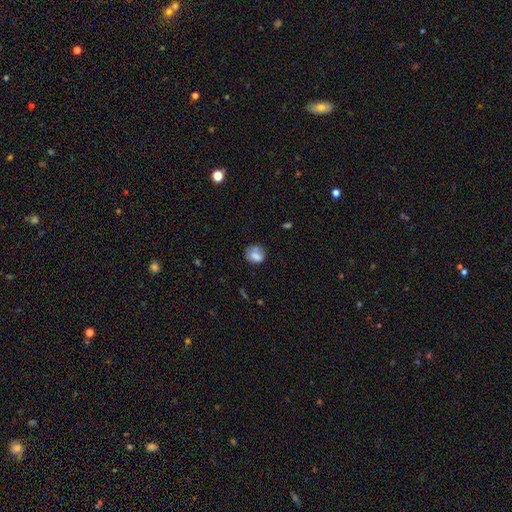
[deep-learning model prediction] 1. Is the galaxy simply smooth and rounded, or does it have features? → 75% smooth, 16% featured or disk, 10% star or artifact.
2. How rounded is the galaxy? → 72% round, 27% in between, 1% cigar-shaped.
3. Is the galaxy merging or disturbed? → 55% none, 24% minor disturbance, 11% merger, 10% major disturbance.